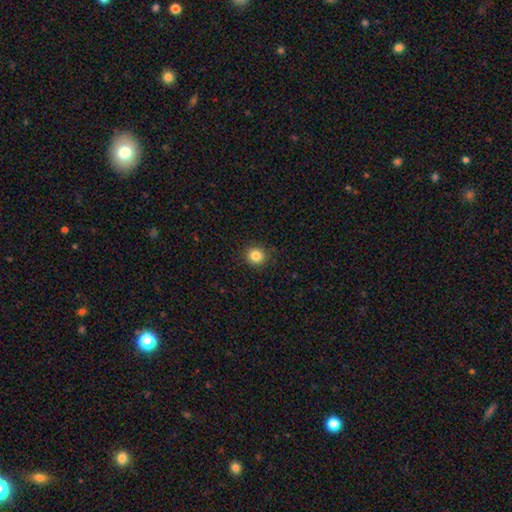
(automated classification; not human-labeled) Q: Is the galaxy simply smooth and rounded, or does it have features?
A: smooth — 85%.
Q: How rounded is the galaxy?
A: round — 92%.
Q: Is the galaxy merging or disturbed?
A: none — 91%.